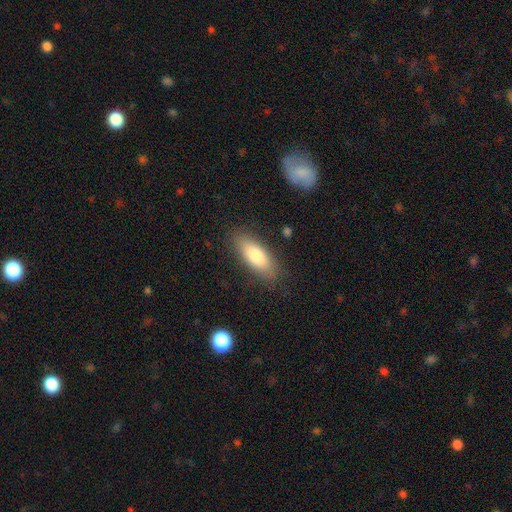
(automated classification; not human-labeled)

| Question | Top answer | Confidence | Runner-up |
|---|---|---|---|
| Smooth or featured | smooth | 79% | featured or disk (14%) |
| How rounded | in between | 71% | cigar-shaped (27%) |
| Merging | none | 83% | minor disturbance (12%) |